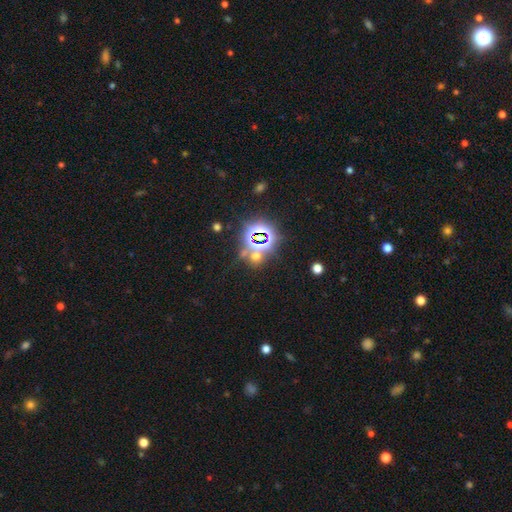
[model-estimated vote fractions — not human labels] Smooth or featured: star or artifact — 61% (smooth — 31%)